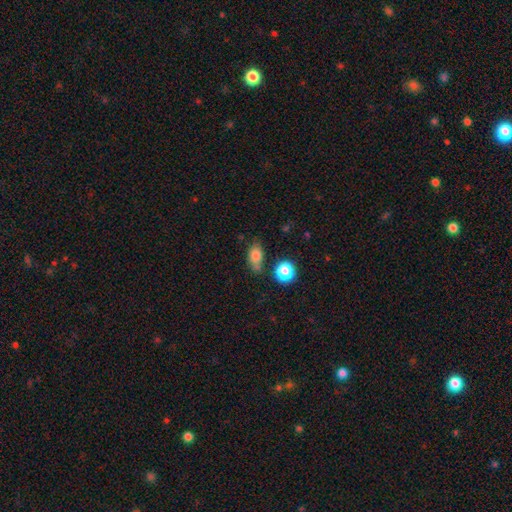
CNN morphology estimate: Smooth or featured? smooth (80%)
How rounded? in between (77%)
Merging? none (59%)